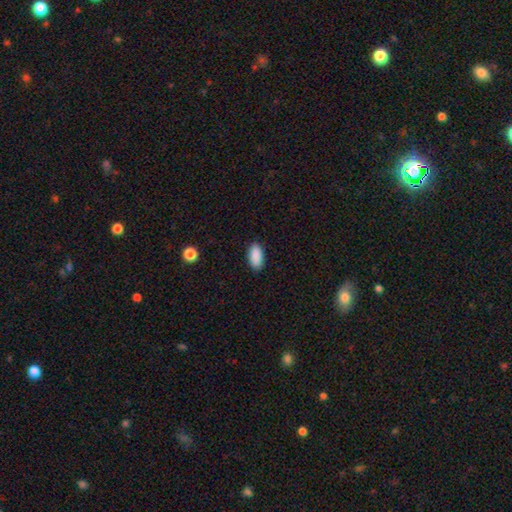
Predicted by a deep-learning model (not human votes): The model was most divided on "merging": none: 89%, minor disturbance: 8%, major disturbance: 2%, merger: 1%. More confident: how rounded — in between (91%); smooth or featured — smooth (90%).